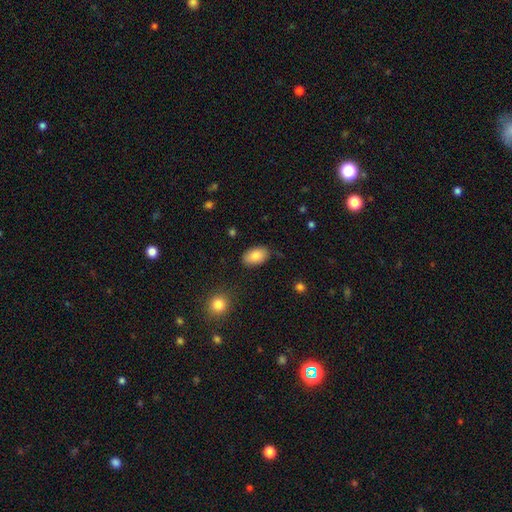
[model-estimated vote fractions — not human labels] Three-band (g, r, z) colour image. It shows a smooth galaxy with no disk features (85%) that is in between round and cigar-shaped (92%). Merging: none (82%).